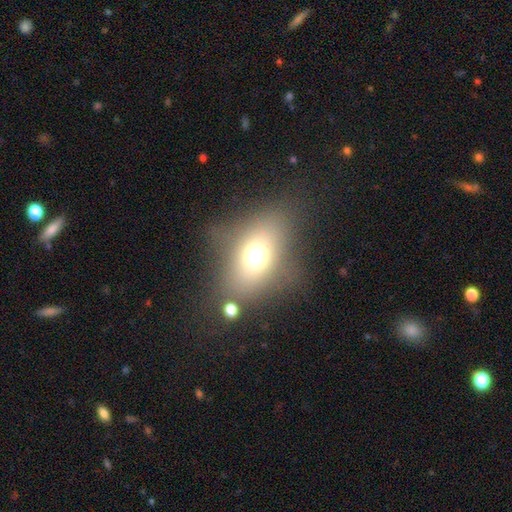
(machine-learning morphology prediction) smooth_or_featured: smooth (p=0.64) [alt: star or artifact p=0.18]
how_rounded: in between (p=0.68) [alt: round p=0.29]
merging: none (p=0.74) [alt: minor disturbance p=0.12]